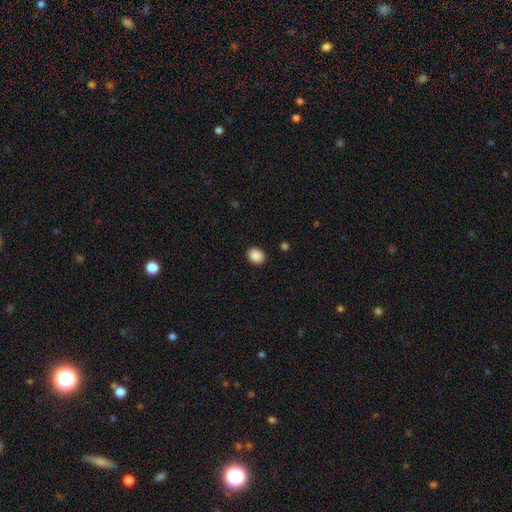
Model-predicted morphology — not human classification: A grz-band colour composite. It shows a smooth galaxy with no disk features (89%) that is in between round and cigar-shaped (54%). Merging: none (89%).